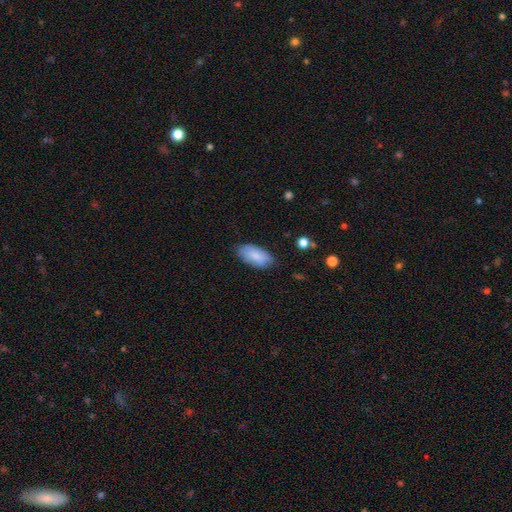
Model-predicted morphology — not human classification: This is clearly a smooth galaxy (83%). How rounded: clearly in between (94%). Merging: likely none (77%).